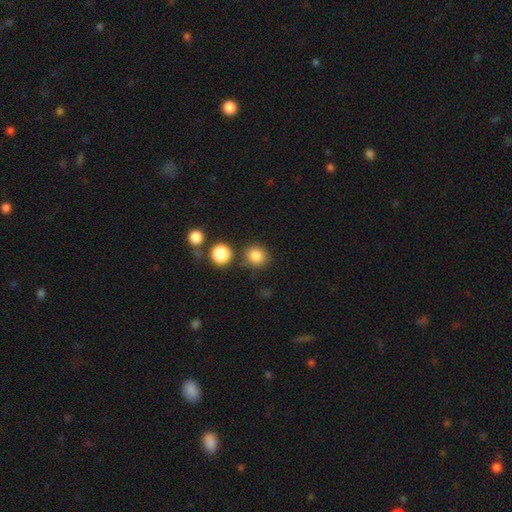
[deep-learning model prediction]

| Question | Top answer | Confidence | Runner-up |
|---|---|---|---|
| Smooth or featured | smooth | 84% | star or artifact (11%) |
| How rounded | round | 87% | in between (12%) |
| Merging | none | 78% | minor disturbance (10%) |